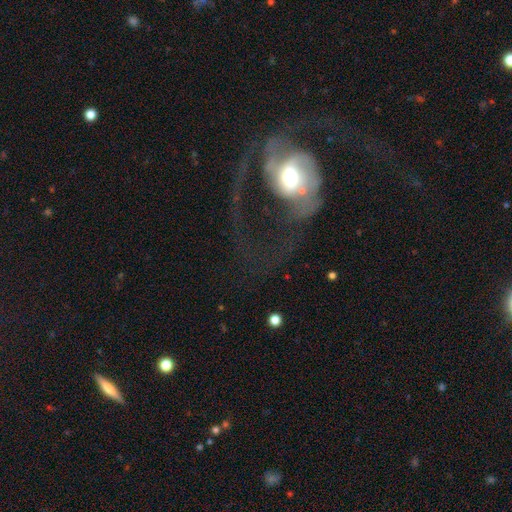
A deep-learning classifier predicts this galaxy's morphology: This is likely a featured or disk galaxy (79%). It is clearly not viewed edge-on (96%). Bar: possibly no (48%). Spiral arm pattern: clearly yes (81%). Spiral arm count: clearly 2 (82%). Spiral winding: marginally medium (44%). Central bulge: possibly moderate (58%). Merging: possibly none (47%).